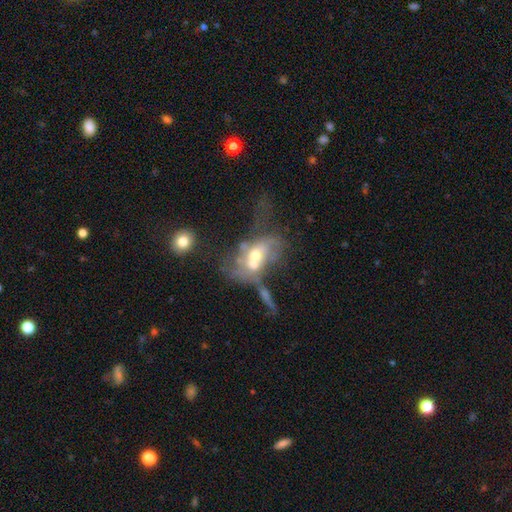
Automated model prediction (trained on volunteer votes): Morphology: type=featured or disk (58%); edge-on=no (92%); bar=no (73%); spiral arms=no (69%); bulge=moderate (66%); merging=merger (47%).